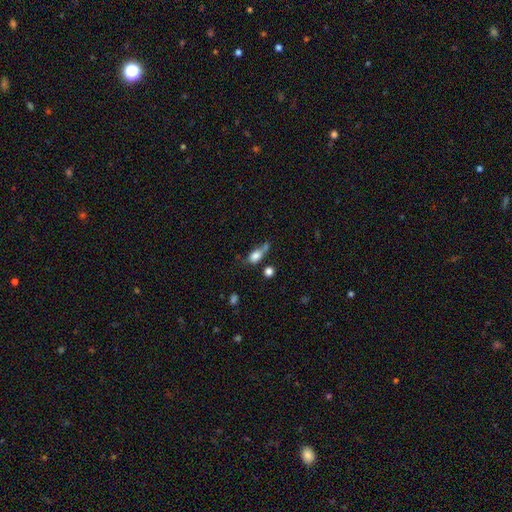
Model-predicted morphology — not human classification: Q: Smooth or featured?
A: smooth (75%); runner-up: featured or disk (14%)
Q: How rounded?
A: in between (74%); runner-up: round (15%)
Q: Merging?
A: none (33%); runner-up: minor disturbance (25%)